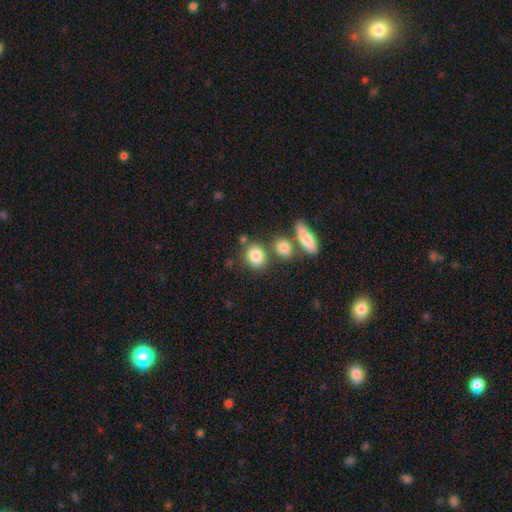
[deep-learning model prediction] A smooth galaxy with no disk features (84%) that is round (49%). Merging: none (66%).